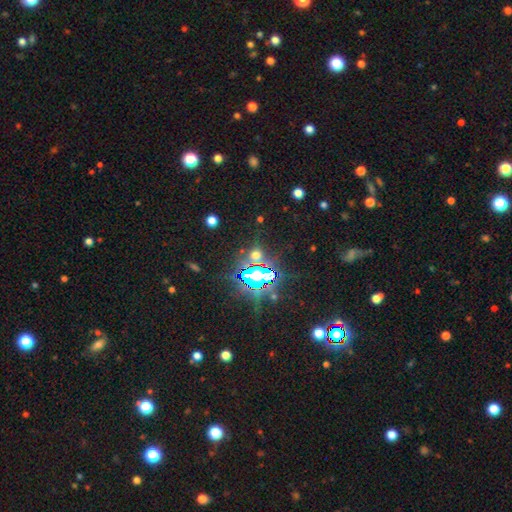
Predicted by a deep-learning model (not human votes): A star or artifact, not a galaxy (66%).

Vote fractions:
- Smooth or featured? star or artifact: 66% / smooth: 25% / featured or disk: 9%